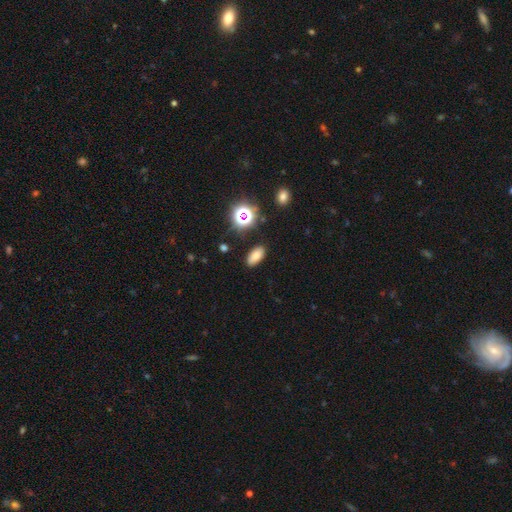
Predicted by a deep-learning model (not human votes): Smooth or featured?
  - smooth: 76% *
  - star or artifact: 16%
  - featured or disk: 7%
How rounded?
  - in between: 88% *
  - round: 6%
  - cigar-shaped: 6%
Merging?
  - none: 87% *
  - minor disturbance: 9%
  - major disturbance: 3%
  - merger: 2%